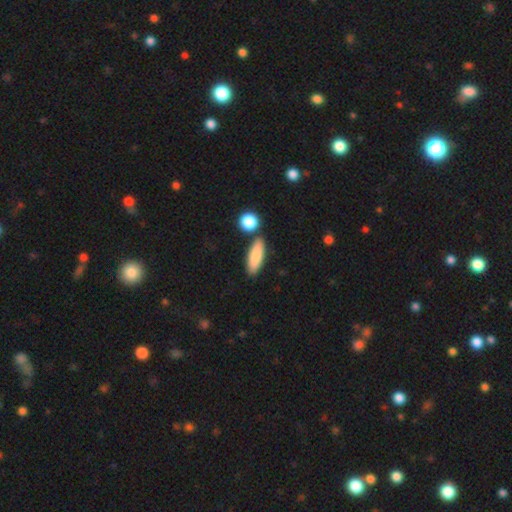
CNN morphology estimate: Smooth or featured?
  - smooth: 85% *
  - featured or disk: 9%
  - star or artifact: 6%
How rounded?
  - in between: 57% *
  - cigar-shaped: 40%
  - round: 3%
Merging?
  - none: 77% *
  - merger: 10%
  - minor disturbance: 10%
  - major disturbance: 3%